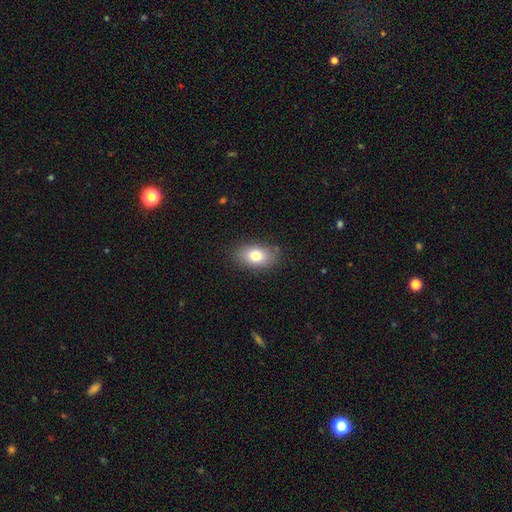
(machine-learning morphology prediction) smooth 78%, featured or disk 13%, star or artifact 9%. Down the decision tree: how rounded — in between (86%); merging — none (84%).